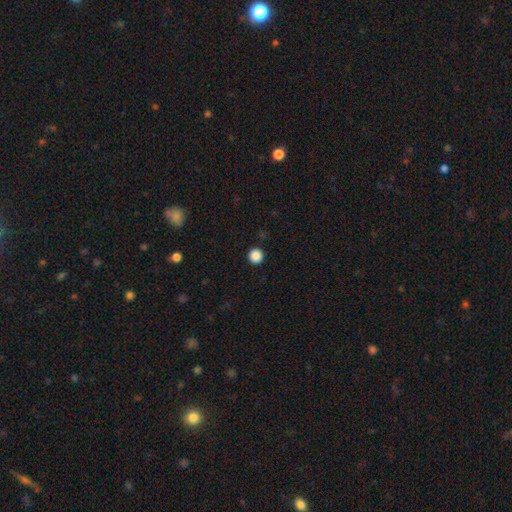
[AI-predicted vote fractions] Morphology: type=smooth (88%); roundness=round (96%); merging=none (94%).